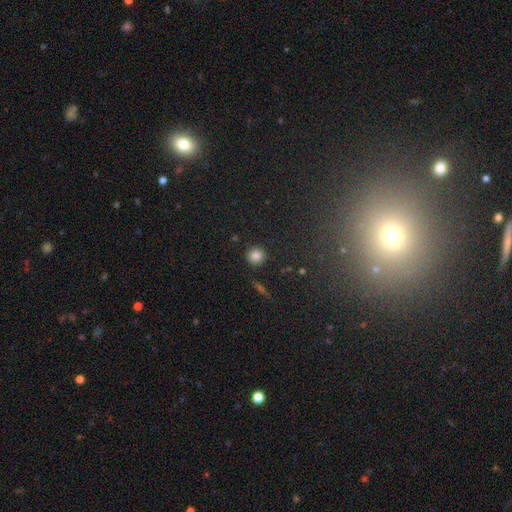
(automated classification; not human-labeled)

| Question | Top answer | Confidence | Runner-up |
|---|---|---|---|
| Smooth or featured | smooth | 83% | star or artifact (11%) |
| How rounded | round | 93% | in between (6%) |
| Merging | none | 90% | minor disturbance (6%) |